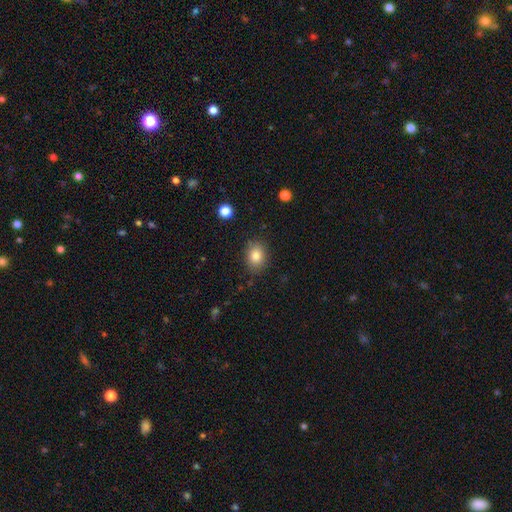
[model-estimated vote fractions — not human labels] A smooth galaxy with no disk features (83%) that is in between round and cigar-shaped (59%).

Vote fractions:
- Smooth or featured? smooth: 83% / star or artifact: 10% / featured or disk: 8%
- How rounded? in between: 59% / round: 40% / cigar-shaped: 1%
- Merging? none: 84% / minor disturbance: 11% / major disturbance: 3% / merger: 2%